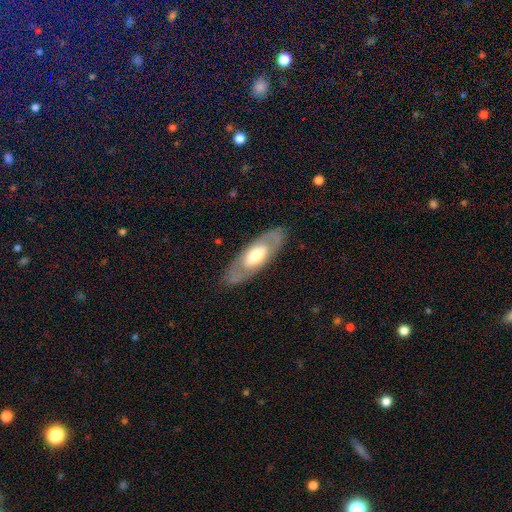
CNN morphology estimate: Q: Smooth or featured?
A: featured or disk (53%); runner-up: smooth (42%)
Q: Edge-on disk?
A: no (77%); runner-up: yes (23%)
Q: Merging?
A: none (81%); runner-up: minor disturbance (13%)